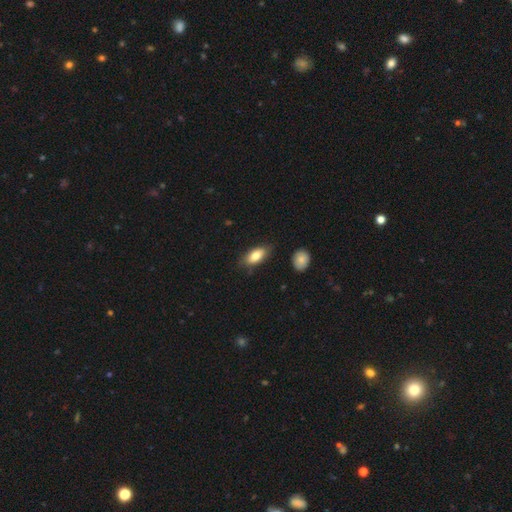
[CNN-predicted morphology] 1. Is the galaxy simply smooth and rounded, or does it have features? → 81% smooth, 12% featured or disk, 7% star or artifact.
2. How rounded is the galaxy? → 87% in between, 10% cigar-shaped, 3% round.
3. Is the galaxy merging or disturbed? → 78% none, 16% minor disturbance, 3% major disturbance, 2% merger.